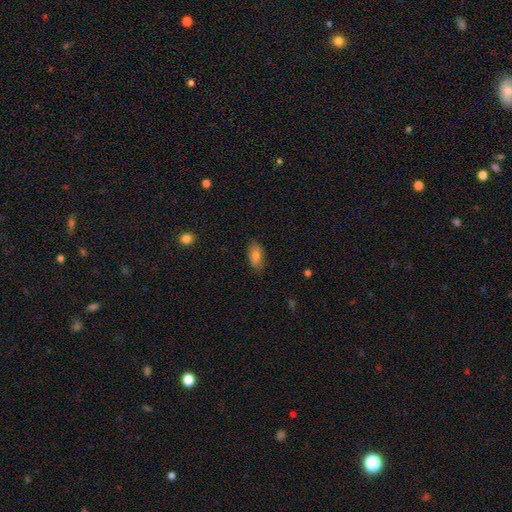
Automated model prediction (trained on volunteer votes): Smooth or featured: smooth — 80% (featured or disk — 12%)
How rounded: in between — 89% (cigar-shaped — 7%)
Merging: none — 82% (minor disturbance — 15%)